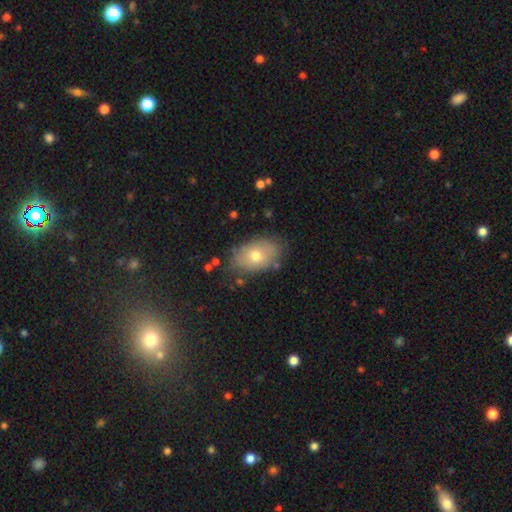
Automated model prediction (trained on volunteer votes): The model was most divided on "smooth or featured": smooth: 68%, featured or disk: 23%, star or artifact: 9%. More confident: how rounded — in between (87%); merging — none (77%).